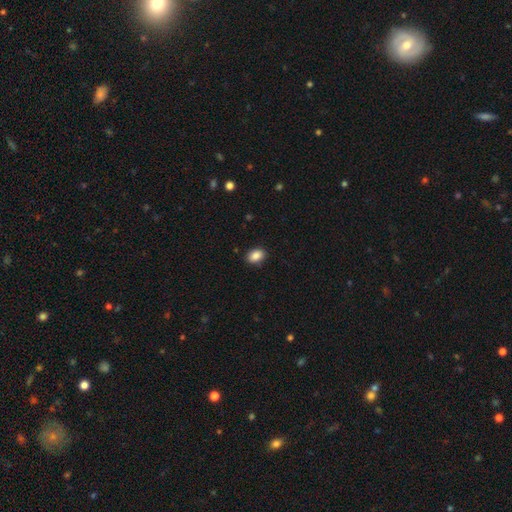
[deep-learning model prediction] Smooth or featured: smooth — 88% (star or artifact — 8%)
How rounded: in between — 81% (round — 18%)
Merging: none — 88% (minor disturbance — 8%)